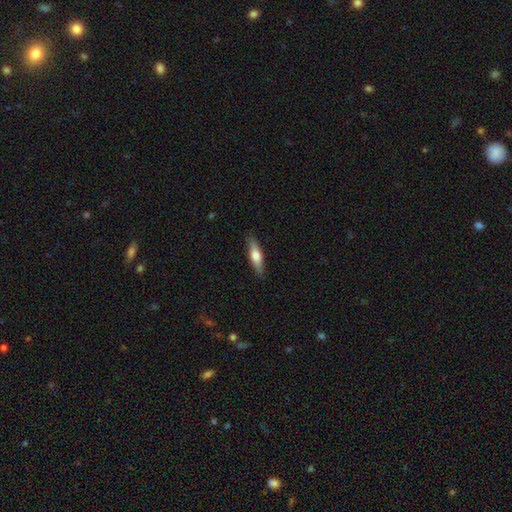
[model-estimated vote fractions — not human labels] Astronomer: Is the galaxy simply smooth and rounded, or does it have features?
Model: smooth — 55% (runner-up: featured or disk, 39%).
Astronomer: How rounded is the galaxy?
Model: cigar-shaped — 68%.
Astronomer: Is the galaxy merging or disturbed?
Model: none — 88%.